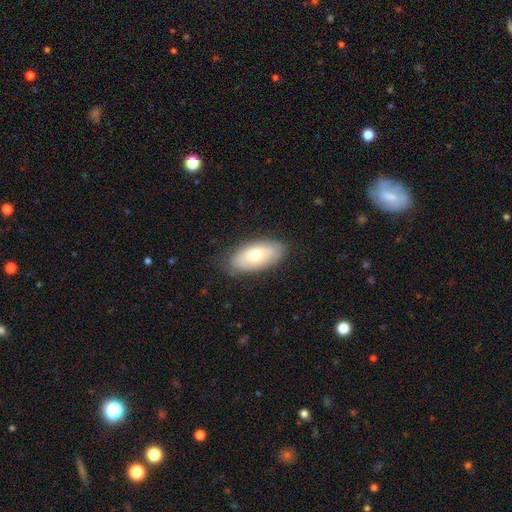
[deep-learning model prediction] A smooth galaxy with no disk features (66%) that is in between round and cigar-shaped (92%). Merging: none (82%).